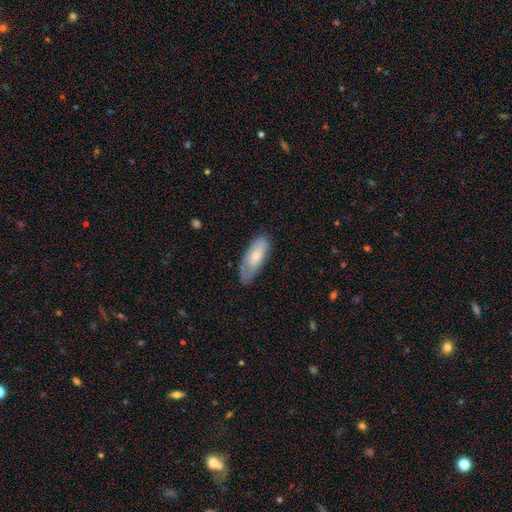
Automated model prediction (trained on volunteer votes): This is likely a smooth galaxy (68%). How rounded: likely in between (79%). Merging: likely none (61%).